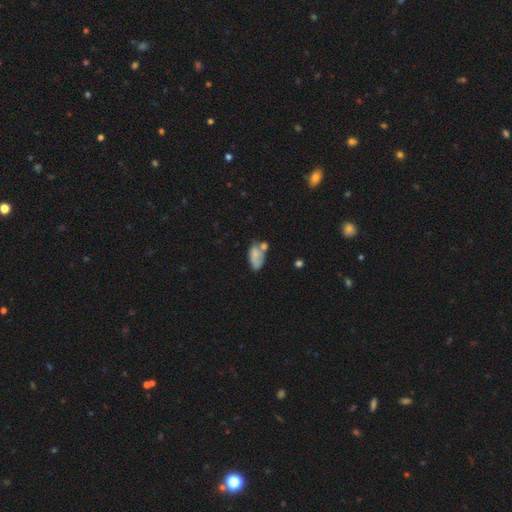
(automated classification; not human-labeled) Morphology: type=smooth (62%); roundness=in between (91%); merging=merger (33%).